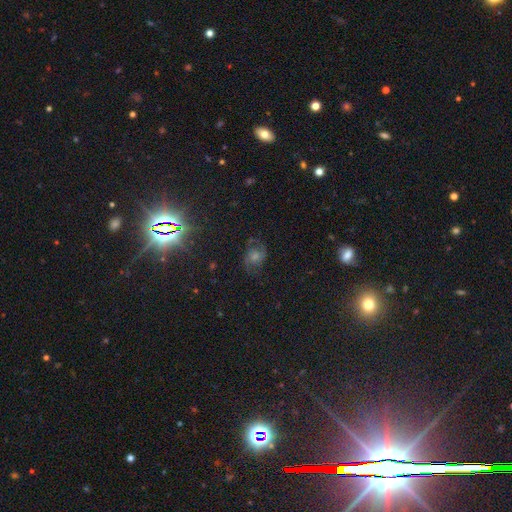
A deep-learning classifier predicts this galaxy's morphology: A featured or disk galaxy (50%). Merging: none (73%).